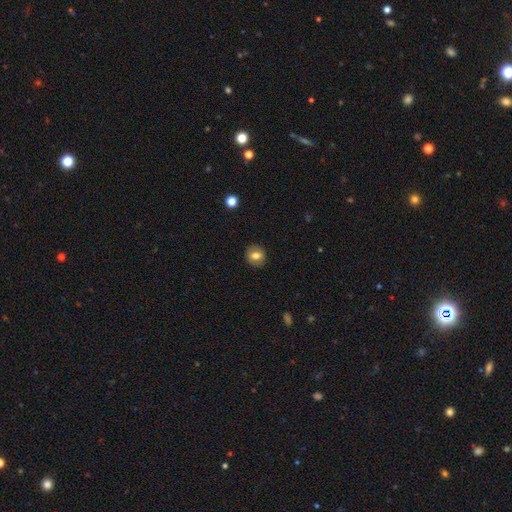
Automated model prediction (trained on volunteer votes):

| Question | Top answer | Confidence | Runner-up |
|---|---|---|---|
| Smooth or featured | smooth | 74% | featured or disk (17%) |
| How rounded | round | 85% | in between (14%) |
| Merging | none | 90% | minor disturbance (7%) |